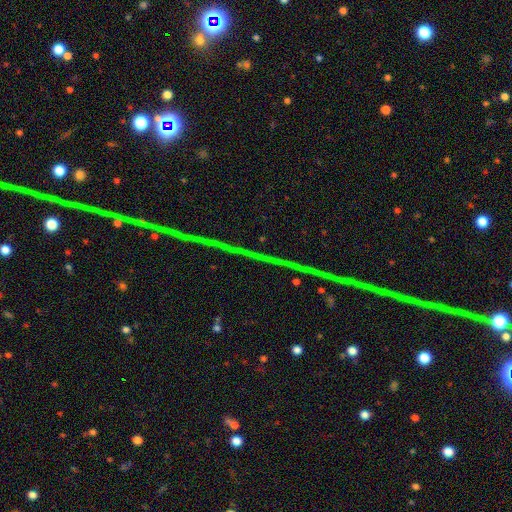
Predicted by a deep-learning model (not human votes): This is likely a star or artifact rather than a galaxy (77%).